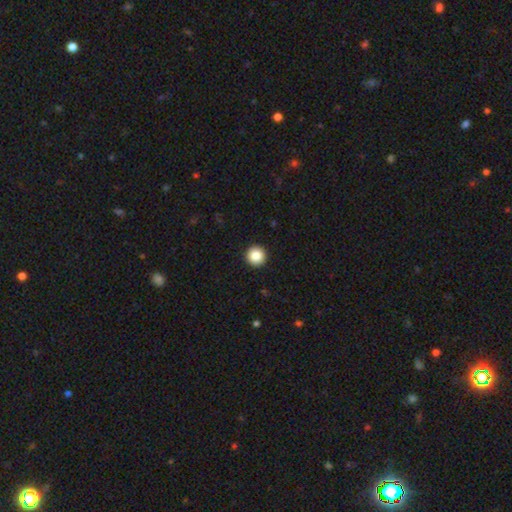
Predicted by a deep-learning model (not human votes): smooth-or-featured: smooth: 86% | star or artifact: 9% | featured or disk: 5%
  how-rounded: round: 97% | in between: 2% | cigar-shaped: 1%
  merging: none: 94% | minor disturbance: 4% | major disturbance: 1% | merger: 1%